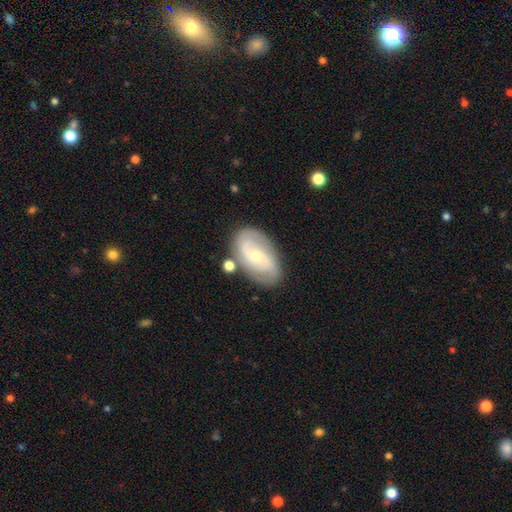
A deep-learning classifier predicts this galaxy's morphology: type=featured or disk (77%); edge-on=no (95%); bar=no (56%); spiral arms=yes (88%); winding=tight (42%); arm count=2 (69%); bulge=small (55%); merging=none (75%).